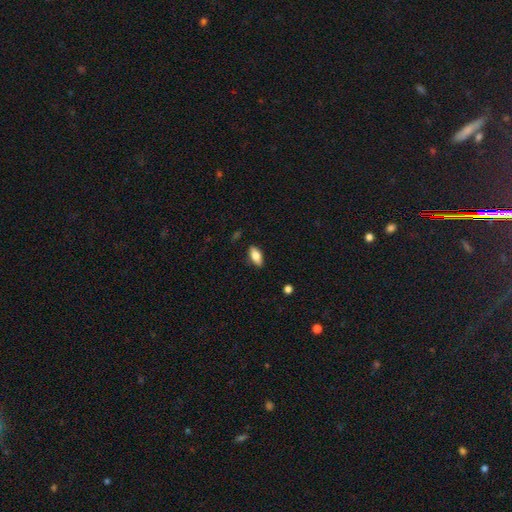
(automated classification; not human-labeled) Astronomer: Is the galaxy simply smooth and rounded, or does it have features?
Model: smooth — 76%.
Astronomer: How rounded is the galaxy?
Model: in between — 86%.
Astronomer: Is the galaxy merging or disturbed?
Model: none — 85%.